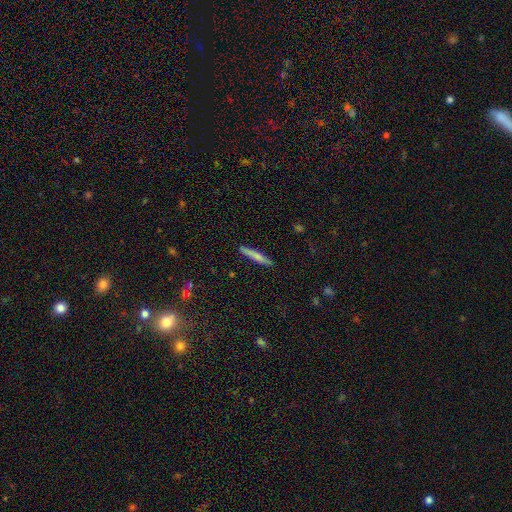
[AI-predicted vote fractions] Smooth or featured? Predicted: smooth (p=0.67). How rounded? Predicted: cigar-shaped (p=0.94). Merging? Predicted: none (p=0.88).